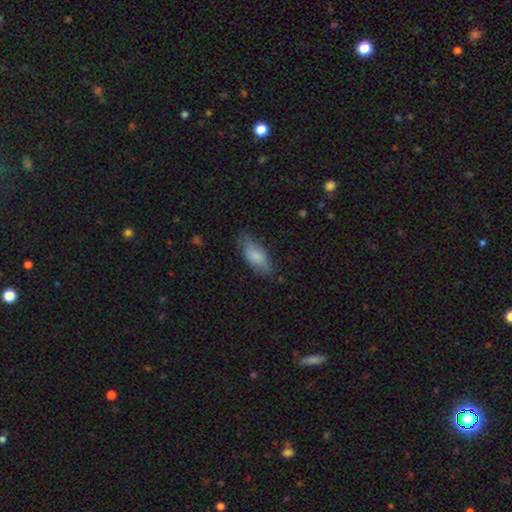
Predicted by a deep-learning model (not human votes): A smooth galaxy with no disk features (79%) that is in between round and cigar-shaped (80%). Merging: none (71%).